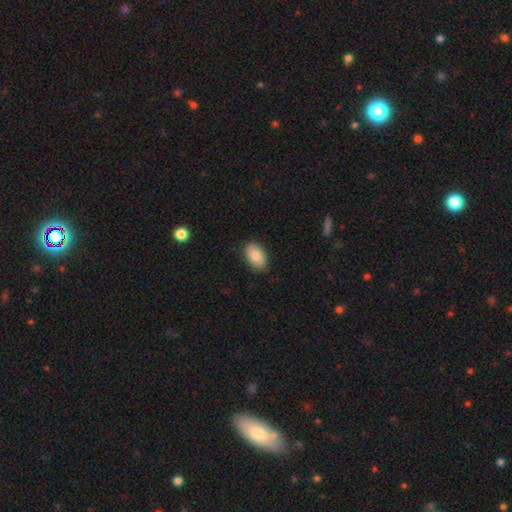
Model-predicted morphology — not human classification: type=smooth (85%); roundness=in between (92%); merging=none (88%).